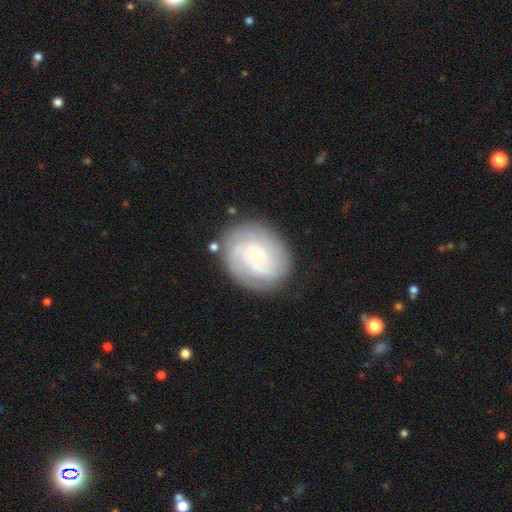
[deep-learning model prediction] smooth-or-featured: featured or disk: 76% | smooth: 17% | star or artifact: 6%
  disk-edge-on: no: 97% | yes: 3%
    bar: no: 77% | weak: 19% | strong: 4%
    has-spiral-arms: yes: 92% | no: 8%
      spiral-winding: tight: 73% | medium: 22% | loose: 6%
      spiral-arm-count: can't tell: 37% | 3: 20% | 2: 17% | 4: 14% | more than 4: 6% | 1: 5%
    bulge-size: small: 71% | moderate: 25% | large: 2% | none: 1% | dominant: 1%
  merging: none: 79% | minor disturbance: 14% | major disturbance: 5% | merger: 2%